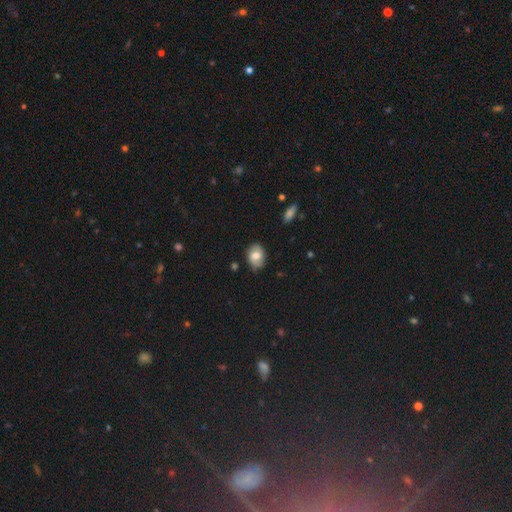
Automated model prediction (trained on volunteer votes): This appears to be a smooth galaxy with no disk features (68%) that is in between round and cigar-shaped (74%). Merging: none (78%).